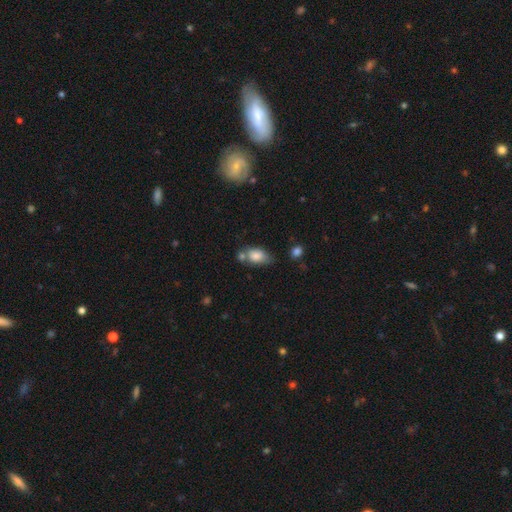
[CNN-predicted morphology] This appears to be a smooth galaxy with no disk features (81%) that is in between round and cigar-shaped (88%). Merging: none (43%).